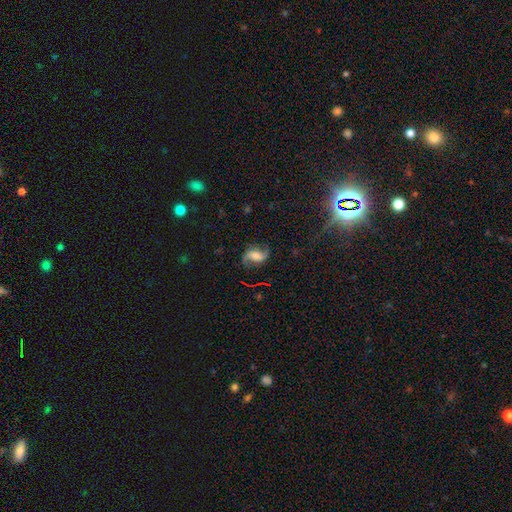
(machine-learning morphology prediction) Smooth or featured: featured or disk — 75% (smooth — 17%)
Edge-on disk: no — 97% (yes — 3%)
Bar: no — 44% (weak — 38%)
Spiral arms: yes — 94% (no — 6%)
Spiral winding: loose — 63% (medium — 29%)
Spiral arm count: 2 — 90% (1 — 3%)
Bulge size: moderate — 49% (small — 27%)
Merging: none — 75% (minor disturbance — 15%)